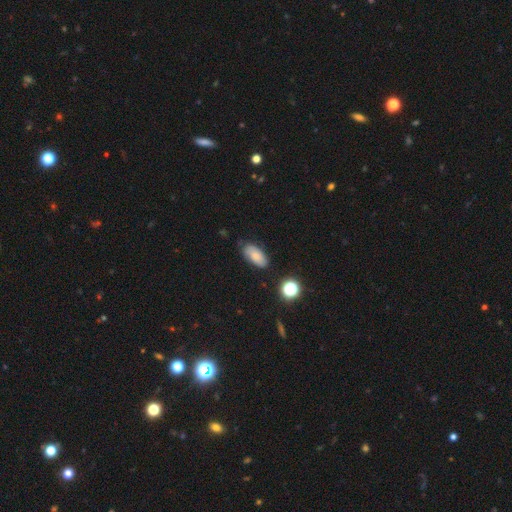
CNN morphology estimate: This appears to be a smooth galaxy with no disk features (72%) that is in between round and cigar-shaped (90%). Merging: none (72%).